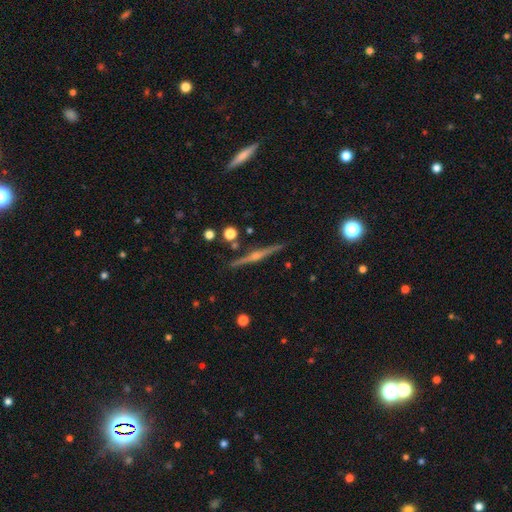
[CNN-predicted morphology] type=featured or disk (83%); edge-on=yes (98%); edge-on bulge=rounded (87%); merging=none (91%).